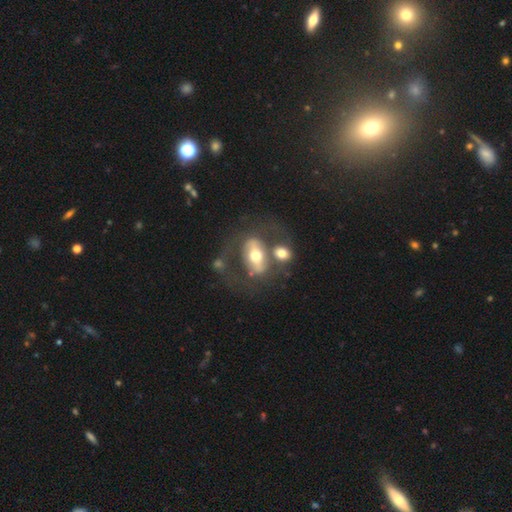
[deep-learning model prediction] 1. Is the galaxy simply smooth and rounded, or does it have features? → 62% featured or disk, 31% smooth, 7% star or artifact.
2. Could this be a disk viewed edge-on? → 89% no, 11% yes.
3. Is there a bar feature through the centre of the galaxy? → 45% strong, 32% no, 23% weak.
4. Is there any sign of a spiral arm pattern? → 62% no, 38% yes.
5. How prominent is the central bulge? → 71% moderate, 14% large, 12% small, 2% dominant, 1% none.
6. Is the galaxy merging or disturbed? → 40% none, 32% merger, 15% major disturbance, 14% minor disturbance.